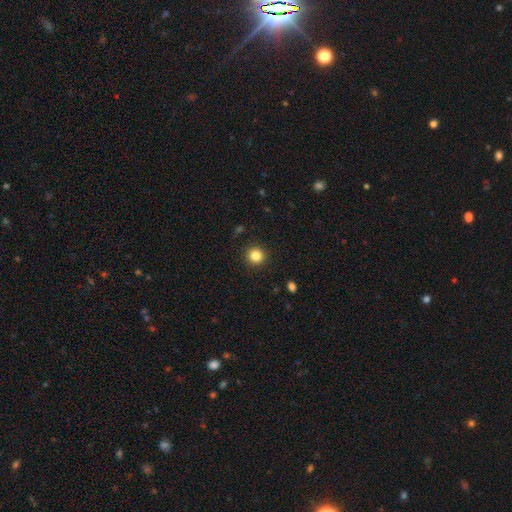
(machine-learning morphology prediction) Overall: smooth (84%). How rounded: round (93%). Merging: none (92%).